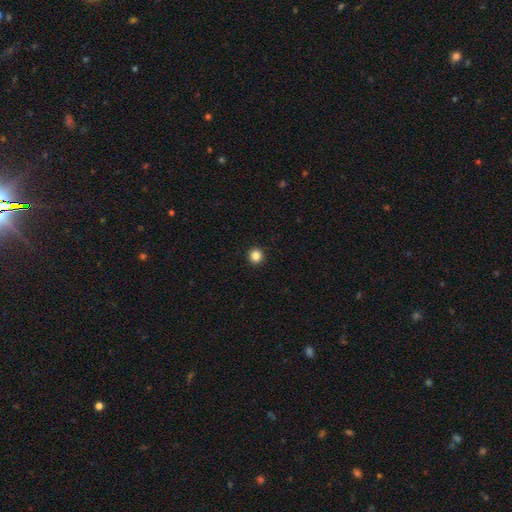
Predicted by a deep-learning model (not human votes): smooth_or_featured: smooth (p=0.85) [alt: star or artifact p=0.11]
how_rounded: round (p=0.95) [alt: in between p=0.04]
merging: none (p=0.94) [alt: minor disturbance p=0.04]